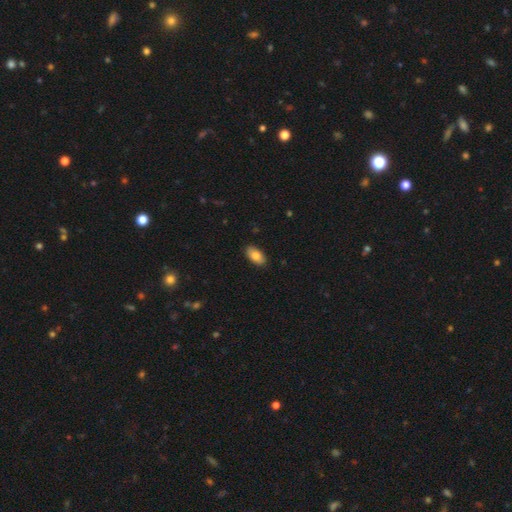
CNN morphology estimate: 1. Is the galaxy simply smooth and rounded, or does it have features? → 82% smooth, 11% featured or disk, 7% star or artifact.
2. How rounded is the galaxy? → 93% in between, 4% cigar-shaped, 3% round.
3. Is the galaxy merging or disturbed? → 89% none, 9% minor disturbance, 2% major disturbance, 1% merger.